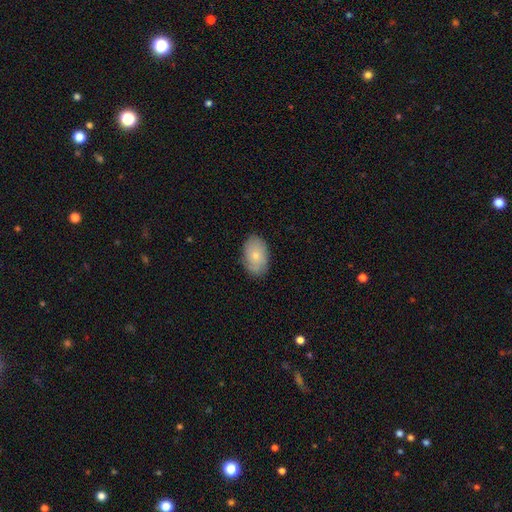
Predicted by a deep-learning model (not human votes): Smooth or featured? smooth (67%)
How rounded? in between (89%)
Merging? none (80%)